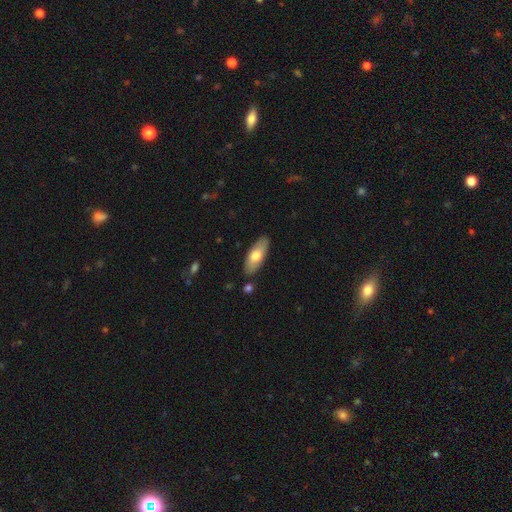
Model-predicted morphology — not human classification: The model was most divided on "smooth or featured": smooth: 70%, featured or disk: 25%, star or artifact: 5%. More confident: merging — none (85%); how rounded — in between (76%).